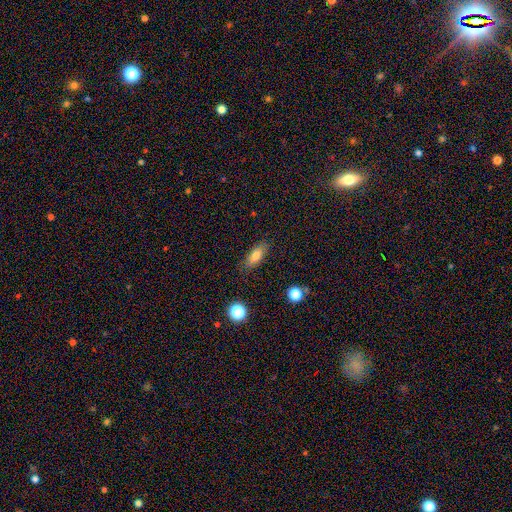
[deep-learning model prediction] Smooth or featured? smooth (76%)
How rounded? in between (67%)
Merging? none (84%)